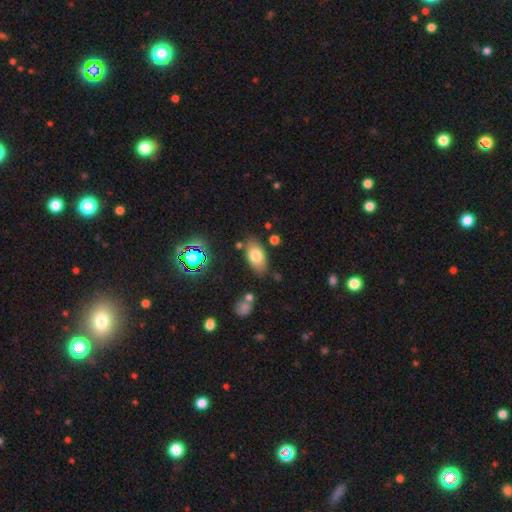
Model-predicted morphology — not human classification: Smooth or featured: smooth — 75% (featured or disk — 16%)
How rounded: in between — 92% (round — 5%)
Merging: none — 78% (minor disturbance — 14%)